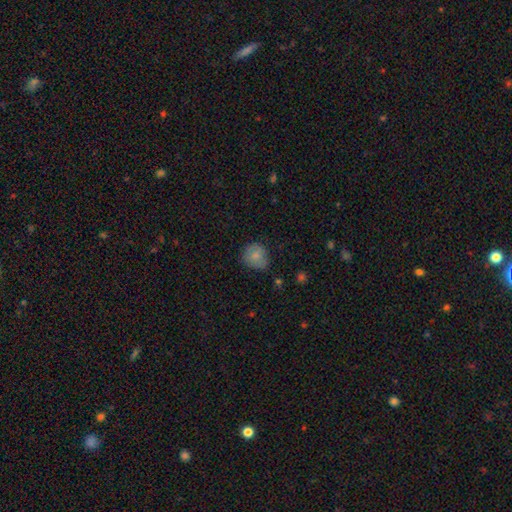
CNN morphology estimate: A smooth galaxy with no disk features (80%) that is round (83%).

Vote fractions:
- Smooth or featured? smooth: 80% / featured or disk: 11% / star or artifact: 8%
- How rounded? round: 83% / in between: 16% / cigar-shaped: 1%
- Merging? none: 69% / minor disturbance: 24% / major disturbance: 5% / merger: 2%